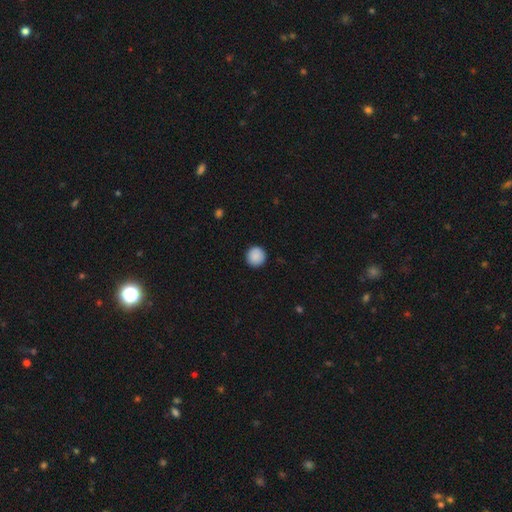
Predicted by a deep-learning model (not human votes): Q: Smooth or featured?
A: smooth (89%); runner-up: star or artifact (8%)
Q: How rounded?
A: round (95%); runner-up: in between (4%)
Q: Merging?
A: none (92%); runner-up: minor disturbance (5%)